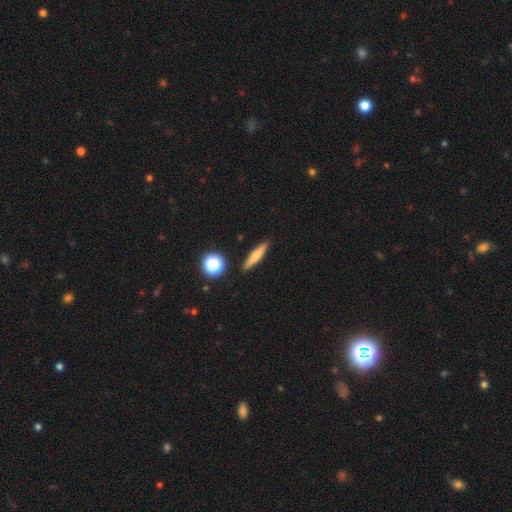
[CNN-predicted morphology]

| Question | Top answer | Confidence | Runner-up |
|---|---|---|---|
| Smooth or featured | smooth | 66% | featured or disk (25%) |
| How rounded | cigar-shaped | 84% | in between (11%) |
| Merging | none | 89% | minor disturbance (7%) |